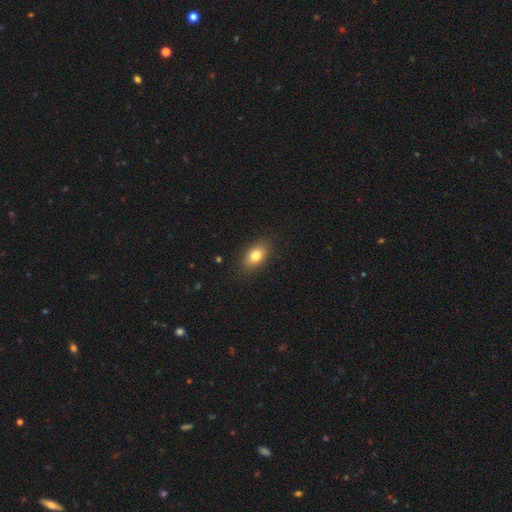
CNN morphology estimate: smooth_or_featured: smooth (p=0.79) [alt: featured or disk p=0.12]
how_rounded: in between (p=0.84) [alt: round p=0.12]
merging: none (p=0.87) [alt: minor disturbance p=0.09]